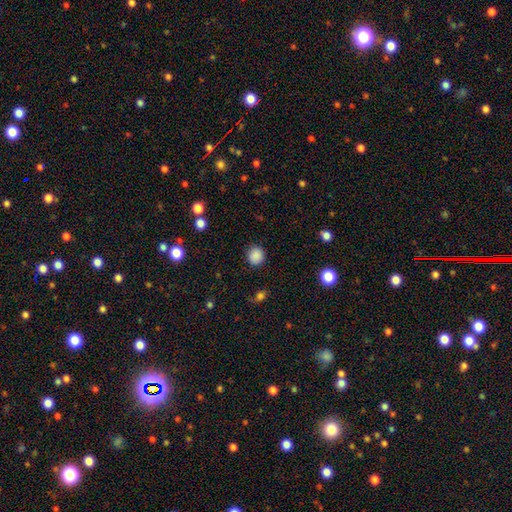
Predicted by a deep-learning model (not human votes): This is clearly a smooth galaxy (87%). How rounded: clearly round (89%). Merging: clearly none (89%).